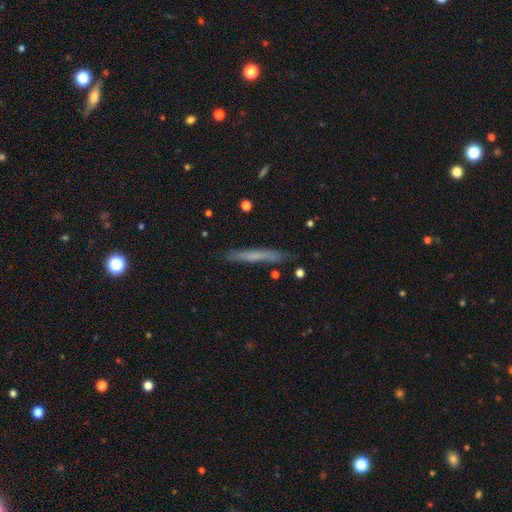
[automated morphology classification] Smooth or featured?
  - smooth: 59% *
  - featured or disk: 34%
  - star or artifact: 7%
How rounded?
  - cigar-shaped: 96% *
  - in between: 2%
  - round: 1%
Merging?
  - none: 87% *
  - minor disturbance: 10%
  - merger: 2%
  - major disturbance: 2%